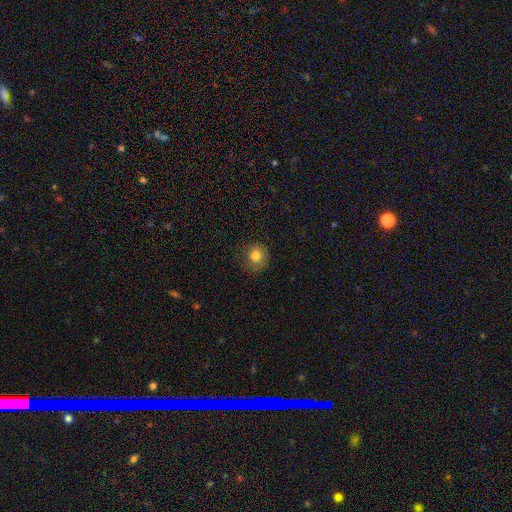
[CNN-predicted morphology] Smooth or featured? Predicted: smooth (p=0.80). How rounded? Predicted: round (p=0.89). Merging? Predicted: none (p=0.80).